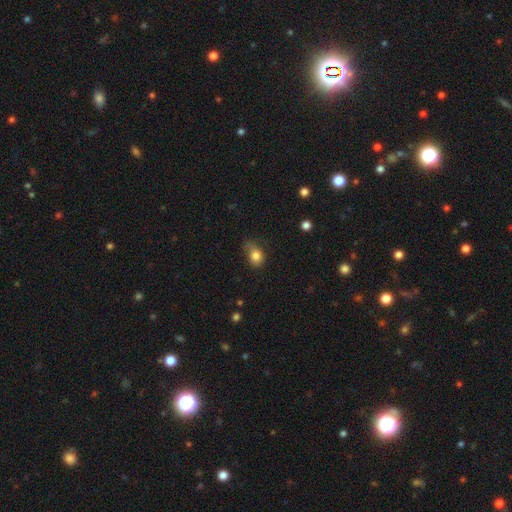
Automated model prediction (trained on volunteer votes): A smooth galaxy with no disk features (81%) that is in between round and cigar-shaped (53%). Merging: none (42%).